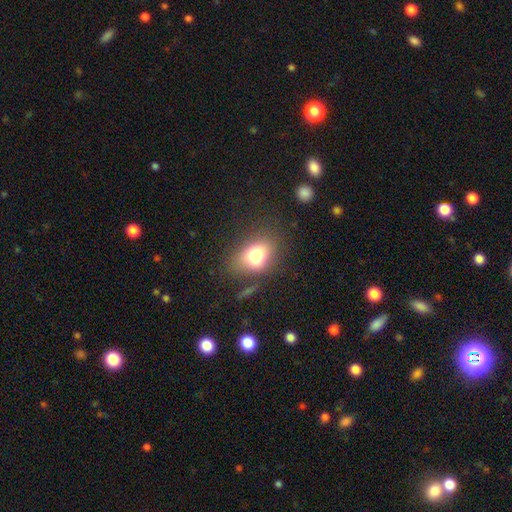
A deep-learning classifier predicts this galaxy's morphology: smooth 77%, featured or disk 12%, star or artifact 11%. Down the decision tree: how rounded — in between (73%); merging — none (66%).